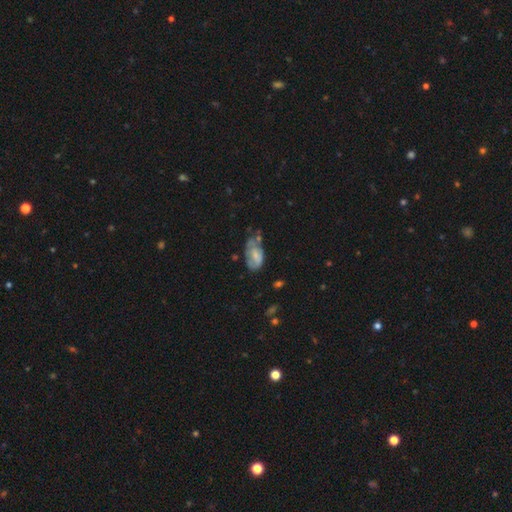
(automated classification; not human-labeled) smooth-or-featured: smooth: 51% | featured or disk: 41% | star or artifact: 8%
  how-rounded: in between: 91% | round: 5% | cigar-shaped: 3%
  merging: minor disturbance: 37% | none: 36% | major disturbance: 18% | merger: 8%